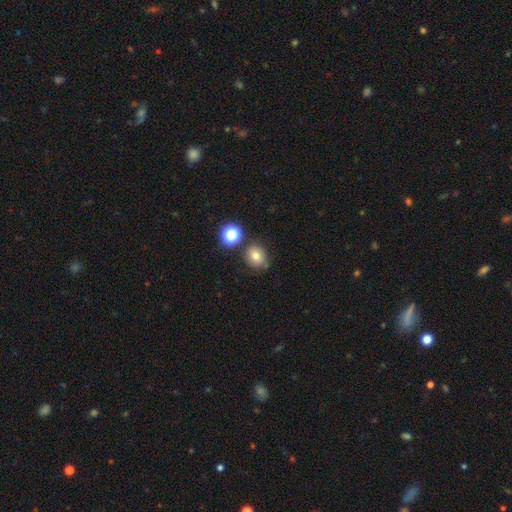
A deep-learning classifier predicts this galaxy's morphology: Smooth or featured? Predicted: smooth (p=0.74). How rounded? Predicted: round (p=0.76). Merging? Predicted: none (p=0.74).